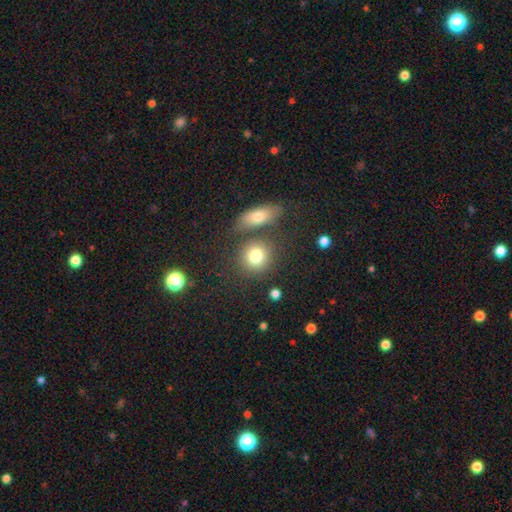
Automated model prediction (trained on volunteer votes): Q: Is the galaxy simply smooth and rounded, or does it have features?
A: smooth — 79%.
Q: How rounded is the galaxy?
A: round — 81%.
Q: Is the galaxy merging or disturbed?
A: none — 70%.